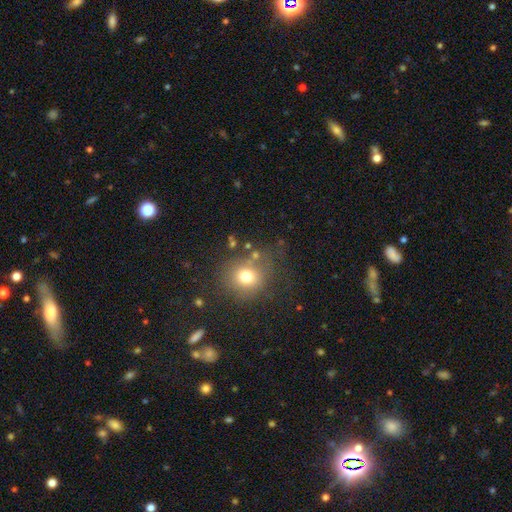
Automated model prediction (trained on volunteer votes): Smooth or featured? smooth (71%)
How rounded? round (83%)
Merging? none (70%)